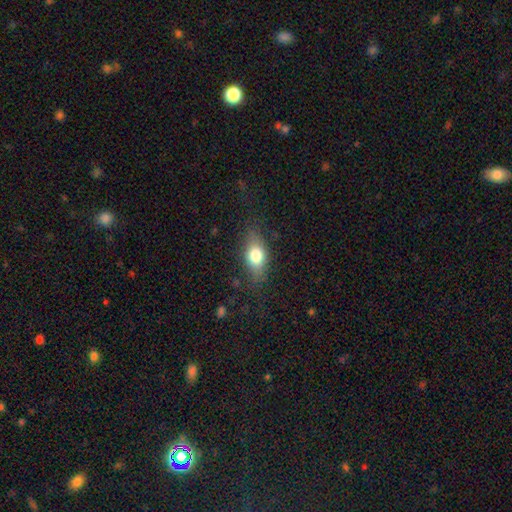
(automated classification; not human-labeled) Smooth or featured: smooth — 73% (featured or disk — 18%)
How rounded: in between — 78% (round — 12%)
Merging: none — 75% (minor disturbance — 18%)